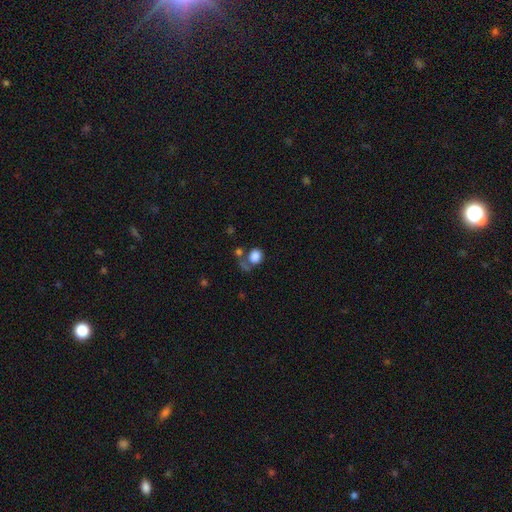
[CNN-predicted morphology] smooth 82%, star or artifact 10%, featured or disk 8%. Down the decision tree: how rounded — round (70%); merging — none (45%).